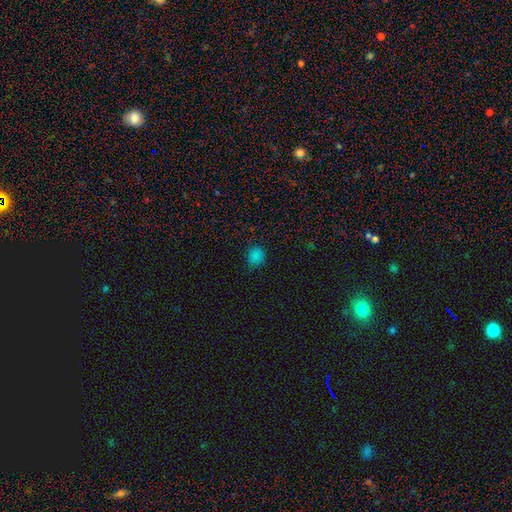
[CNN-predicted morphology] This appears to be a smooth galaxy with no disk features (79%) that is round (78%). Merging: none (82%).